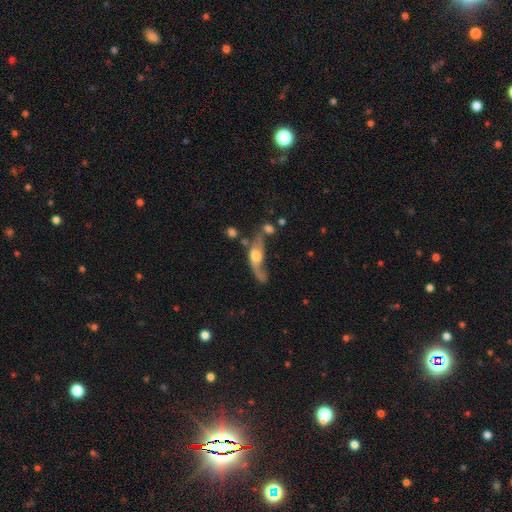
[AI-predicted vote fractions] Morphology: type=featured or disk (64%); edge-on=no (67%); merging=major disturbance (30%).